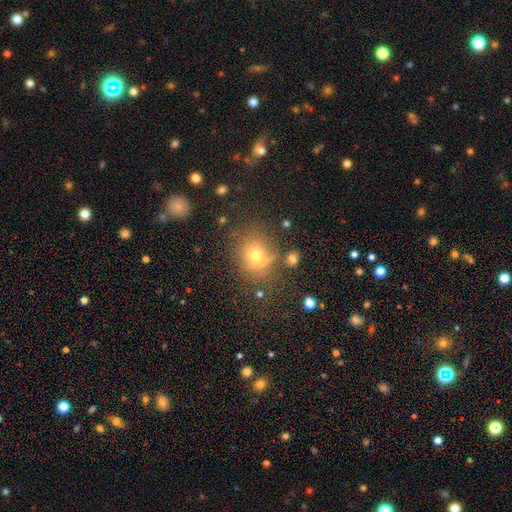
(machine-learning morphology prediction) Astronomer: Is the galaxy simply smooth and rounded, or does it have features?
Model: smooth — 65%.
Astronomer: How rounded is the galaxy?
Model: round — 76%.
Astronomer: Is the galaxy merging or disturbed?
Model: none — 64%.